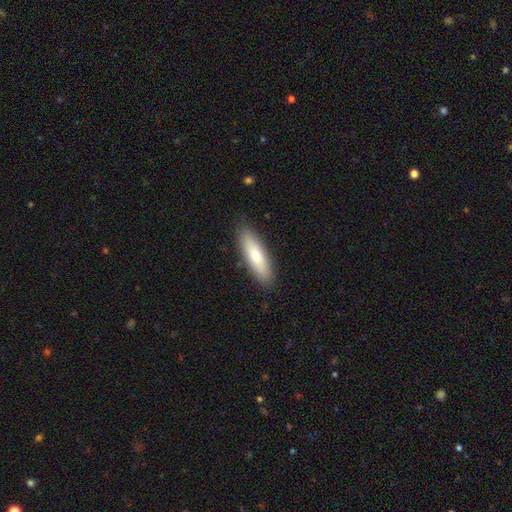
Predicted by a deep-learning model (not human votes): The model was most divided on "how rounded": cigar-shaped: 59%, in between: 39%, round: 2%. More confident: merging — none (88%); smooth or featured — smooth (74%).